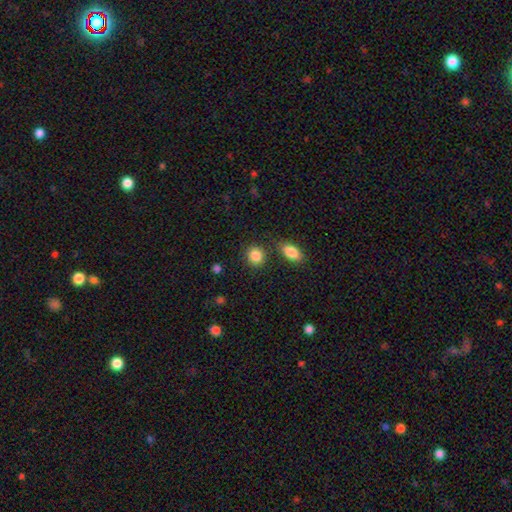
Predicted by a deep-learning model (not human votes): smooth_or_featured: smooth (p=0.87) [alt: star or artifact p=0.08]
how_rounded: round (p=0.80) [alt: in between p=0.18]
merging: none (p=0.82) [alt: minor disturbance p=0.08]